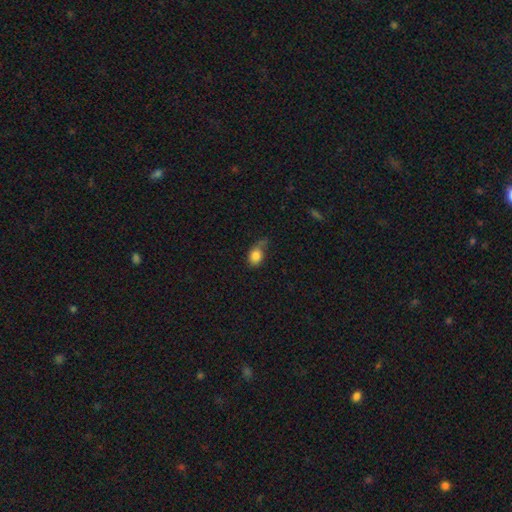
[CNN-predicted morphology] A smooth galaxy with no disk features (81%) that is in between round and cigar-shaped (67%). Merging: none (40%).